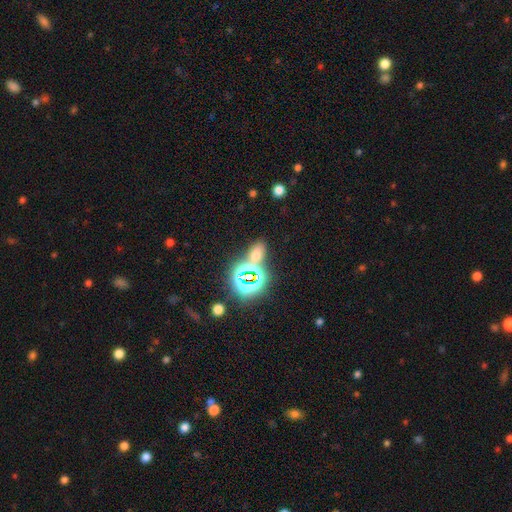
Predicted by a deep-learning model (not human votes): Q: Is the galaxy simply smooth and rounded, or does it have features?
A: smooth — 49%.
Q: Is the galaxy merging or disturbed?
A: none — 63%.